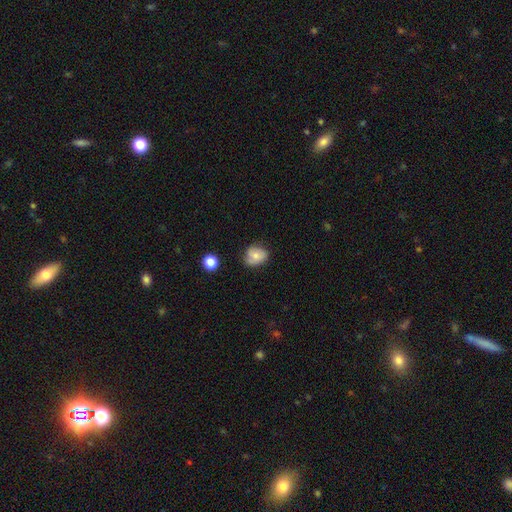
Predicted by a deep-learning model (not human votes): Smooth or featured: smooth — 68% (featured or disk — 22%)
How rounded: round — 50% (in between — 49%)
Merging: none — 60% (minor disturbance — 31%)